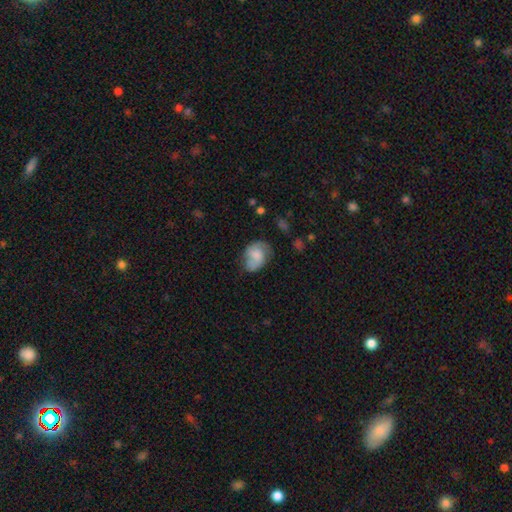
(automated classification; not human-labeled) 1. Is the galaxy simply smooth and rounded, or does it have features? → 56% smooth, 35% featured or disk, 8% star or artifact.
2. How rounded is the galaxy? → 65% in between, 34% round, 1% cigar-shaped.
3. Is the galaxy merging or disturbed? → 47% none, 32% minor disturbance, 16% major disturbance, 5% merger.